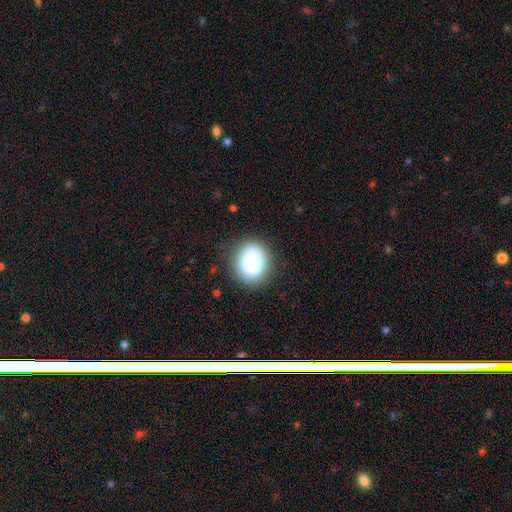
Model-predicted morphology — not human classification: A smooth galaxy with no disk features (80%) that is round (69%).

Vote fractions:
- Smooth or featured? smooth: 80% / featured or disk: 11% / star or artifact: 9%
- How rounded? round: 69% / in between: 30% / cigar-shaped: 1%
- Merging? none: 79% / minor disturbance: 14% / major disturbance: 5% / merger: 2%